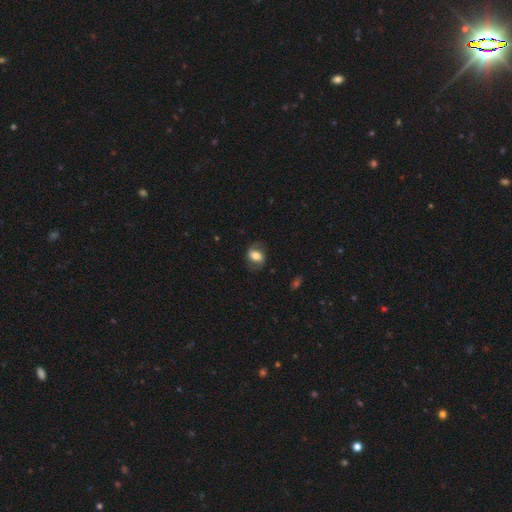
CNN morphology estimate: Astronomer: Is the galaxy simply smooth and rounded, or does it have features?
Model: smooth — 52% (runner-up: featured or disk, 40%).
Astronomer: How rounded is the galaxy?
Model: in between — 74%.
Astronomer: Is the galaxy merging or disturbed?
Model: none — 70%.